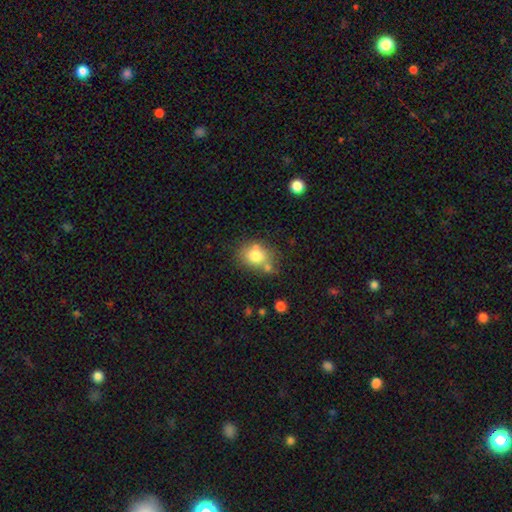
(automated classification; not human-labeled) Smooth or featured? smooth (75%)
How rounded? round (52%)
Merging? none (58%)